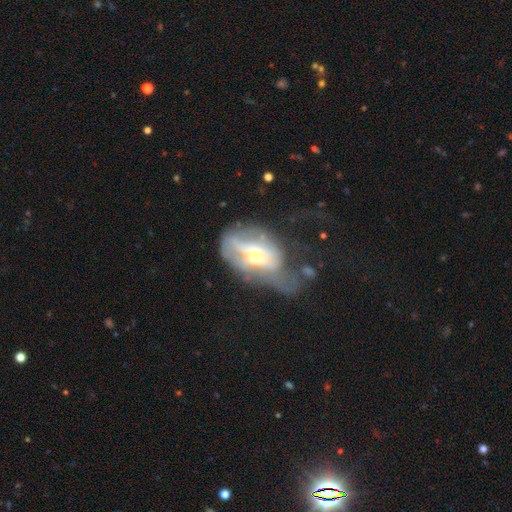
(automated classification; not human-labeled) Smooth or featured? Predicted: featured or disk (p=0.63). Edge-on disk? Predicted: no (p=0.88). Bar? Predicted: no (p=0.58). Spiral arms? Predicted: no (p=0.65). Bulge size? Predicted: moderate (p=0.55). Merging? Predicted: major disturbance (p=0.55).